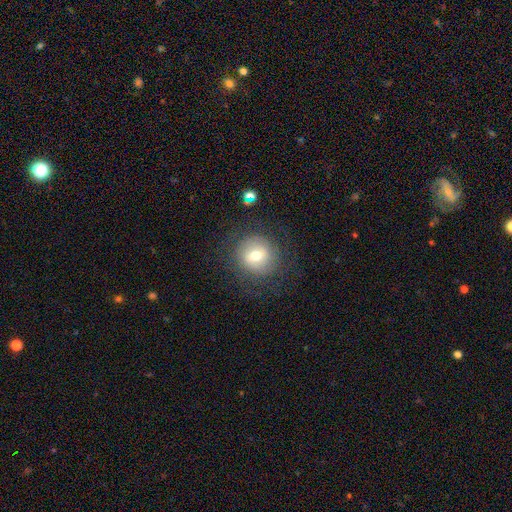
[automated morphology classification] smooth-or-featured: smooth: 62% | featured or disk: 27% | star or artifact: 11%
  how-rounded: round: 92% | in between: 7% | cigar-shaped: 1%
  merging: none: 80% | minor disturbance: 11% | major disturbance: 8% | merger: 1%